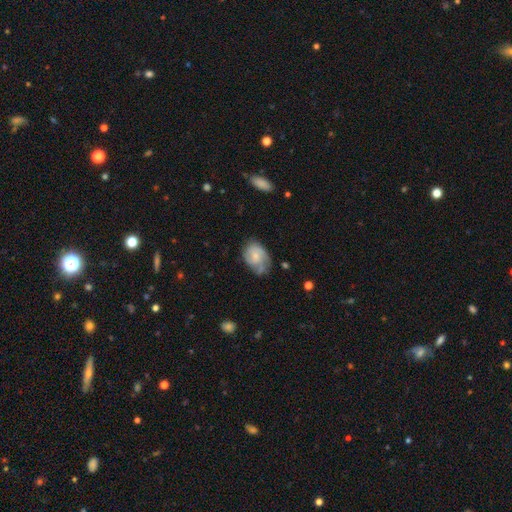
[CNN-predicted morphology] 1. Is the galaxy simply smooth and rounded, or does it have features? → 47% featured or disk, 46% smooth, 7% star or artifact.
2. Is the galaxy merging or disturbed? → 51% none, 32% minor disturbance, 14% major disturbance, 3% merger.